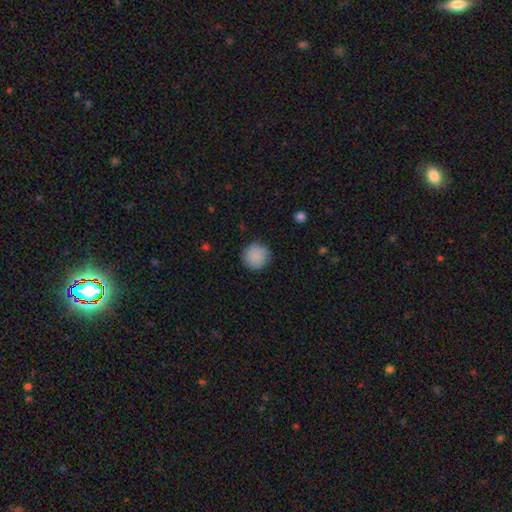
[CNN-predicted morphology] Overall: smooth (88%). How rounded: round (94%). Merging: none (88%).